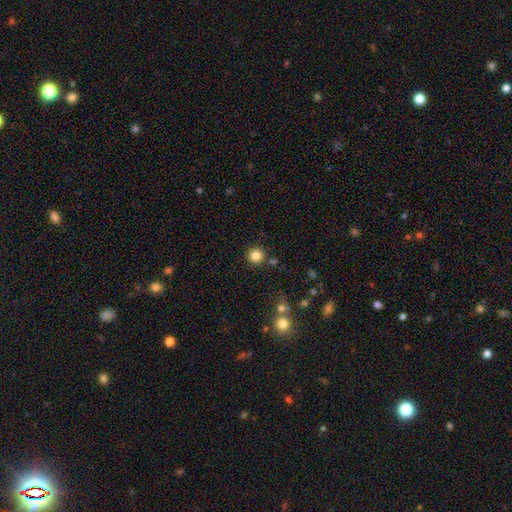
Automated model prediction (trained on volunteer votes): Smooth or featured? Predicted: smooth (p=0.84). How rounded? Predicted: round (p=0.95). Merging? Predicted: none (p=0.88).